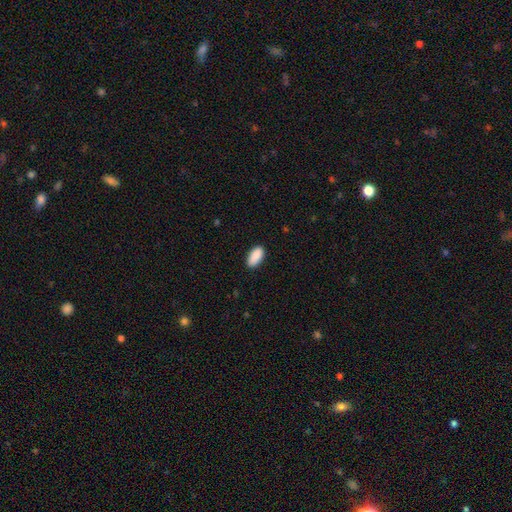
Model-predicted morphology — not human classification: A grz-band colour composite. It shows a smooth galaxy with no disk features (90%) that is in between round and cigar-shaped (92%). Merging: none (86%).